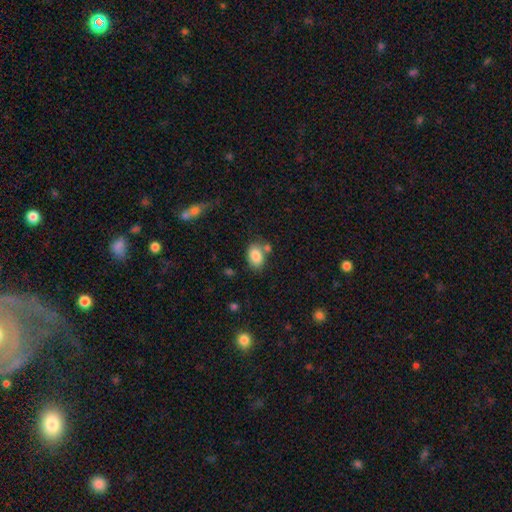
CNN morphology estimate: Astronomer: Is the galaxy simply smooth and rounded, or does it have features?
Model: smooth — 85%.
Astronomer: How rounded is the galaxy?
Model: in between — 82%.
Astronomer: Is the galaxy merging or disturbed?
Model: none — 65%.